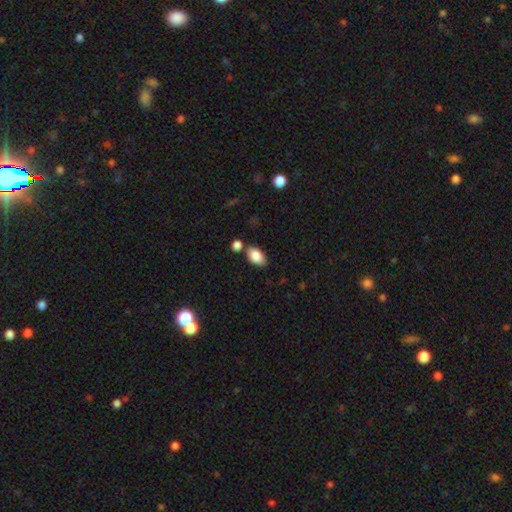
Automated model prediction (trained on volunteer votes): Smooth or featured? smooth (86%)
How rounded? in between (91%)
Merging? none (70%)